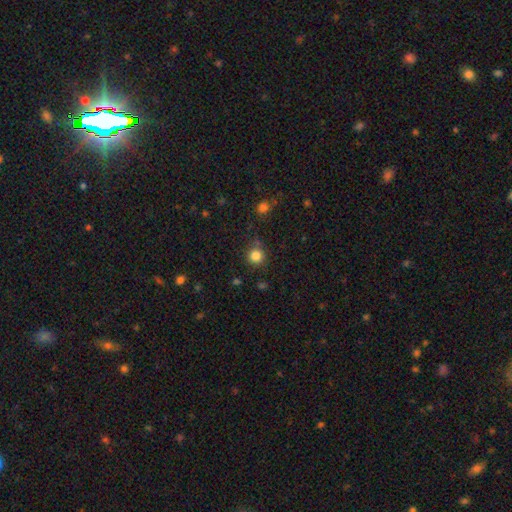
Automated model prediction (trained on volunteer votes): smooth-or-featured: smooth: 83% | star or artifact: 13% | featured or disk: 4%
  how-rounded: round: 93% | in between: 6% | cigar-shaped: 1%
  merging: none: 80% | minor disturbance: 11% | merger: 5% | major disturbance: 4%